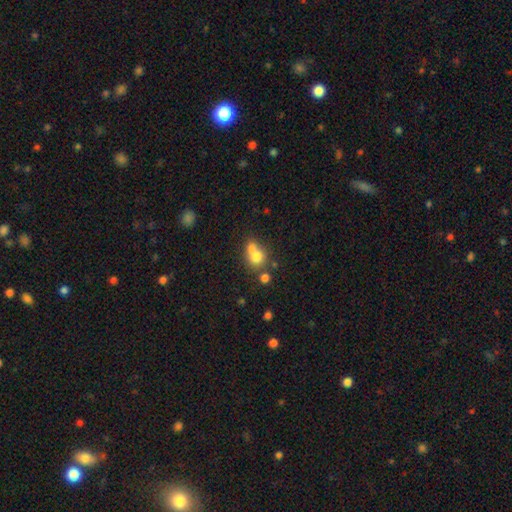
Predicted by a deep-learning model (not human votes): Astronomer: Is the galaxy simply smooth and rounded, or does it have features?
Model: smooth — 72%.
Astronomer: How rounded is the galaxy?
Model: round — 70%.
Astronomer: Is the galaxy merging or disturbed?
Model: merger — 56%.